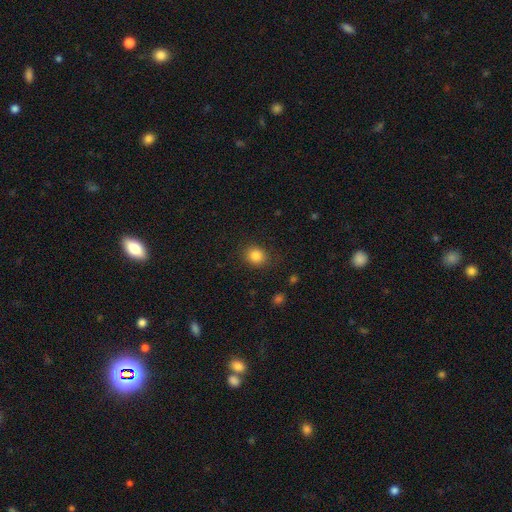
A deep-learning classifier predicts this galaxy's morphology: smooth 85%, star or artifact 10%, featured or disk 5%. Down the decision tree: how rounded — round (74%); merging — none (86%).